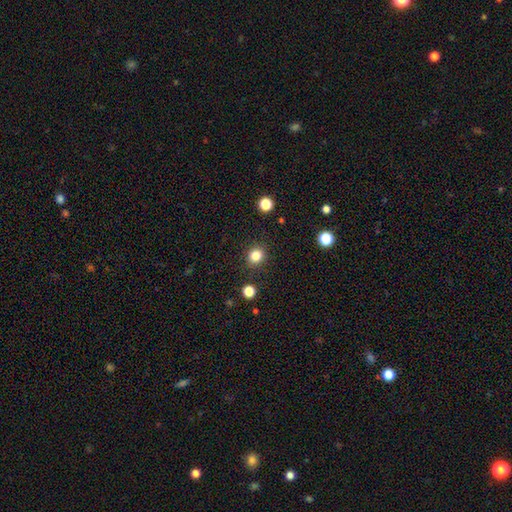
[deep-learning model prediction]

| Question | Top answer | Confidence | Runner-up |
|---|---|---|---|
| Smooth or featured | smooth | 83% | star or artifact (12%) |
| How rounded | round | 79% | in between (20%) |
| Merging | none | 89% | minor disturbance (7%) |